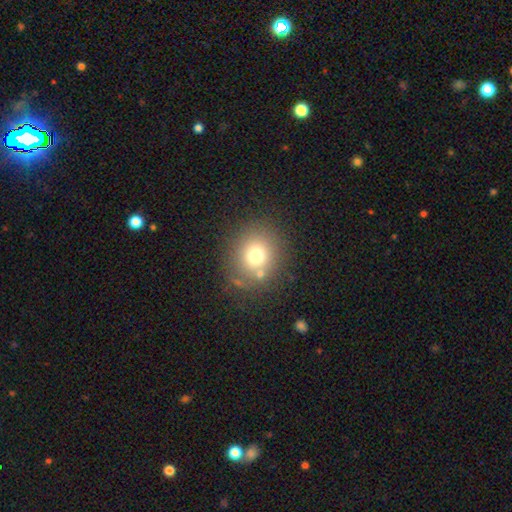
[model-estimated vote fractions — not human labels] smooth-or-featured: smooth: 71% | star or artifact: 16% | featured or disk: 13%
  how-rounded: round: 81% | in between: 18% | cigar-shaped: 1%
  merging: none: 77% | minor disturbance: 11% | merger: 7% | major disturbance: 5%